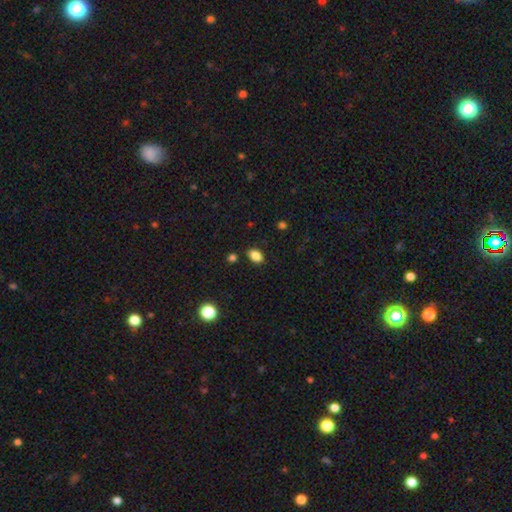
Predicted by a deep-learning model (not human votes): Smooth or featured?
  - smooth: 86% *
  - star or artifact: 10%
  - featured or disk: 4%
How rounded?
  - in between: 85% *
  - round: 13%
  - cigar-shaped: 2%
Merging?
  - none: 86% *
  - minor disturbance: 9%
  - merger: 3%
  - major disturbance: 2%